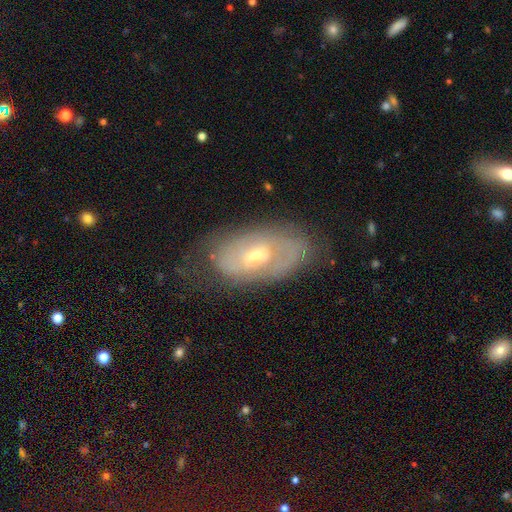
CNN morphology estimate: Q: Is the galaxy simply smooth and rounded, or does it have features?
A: featured or disk — 64%.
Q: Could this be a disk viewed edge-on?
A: no — 91%.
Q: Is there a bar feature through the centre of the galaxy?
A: no — 45%.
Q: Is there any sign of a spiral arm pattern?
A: yes — 67%.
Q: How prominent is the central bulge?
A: moderate — 52%.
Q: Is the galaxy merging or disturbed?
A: none — 66%.